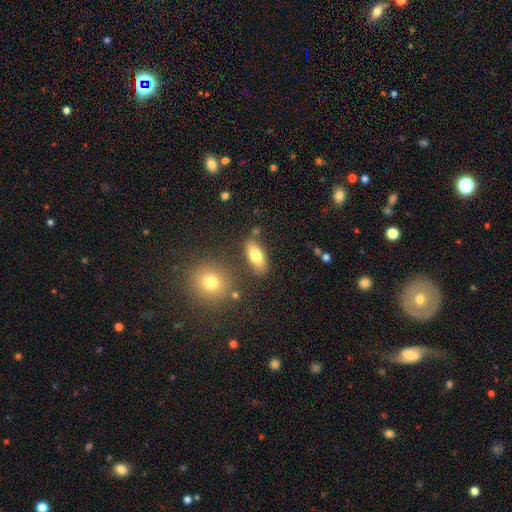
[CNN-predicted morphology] smooth-or-featured: smooth: 77% | featured or disk: 15% | star or artifact: 8%
  how-rounded: in between: 81% | cigar-shaped: 14% | round: 5%
  merging: none: 77% | minor disturbance: 12% | merger: 7% | major disturbance: 4%